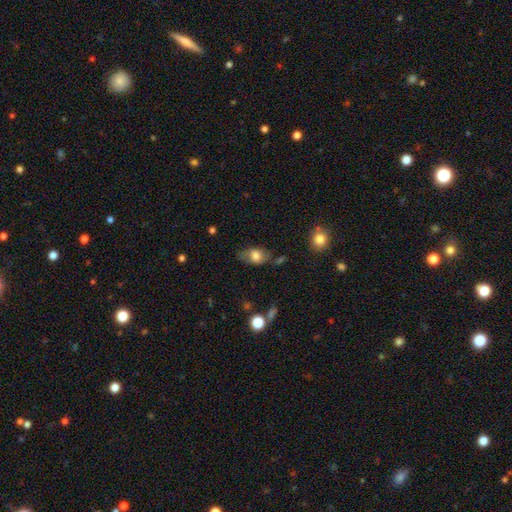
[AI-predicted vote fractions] Smooth or featured?
  - smooth: 72% *
  - featured or disk: 20%
  - star or artifact: 8%
How rounded?
  - in between: 85% *
  - round: 13%
  - cigar-shaped: 3%
Merging?
  - none: 66% *
  - minor disturbance: 23%
  - major disturbance: 7%
  - merger: 4%